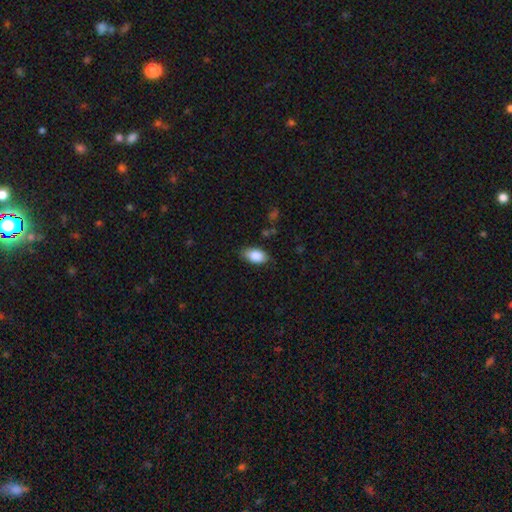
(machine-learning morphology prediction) smooth_or_featured: smooth (p=0.84) [alt: featured or disk p=0.09]
how_rounded: in between (p=0.91) [alt: round p=0.05]
merging: none (p=0.80) [alt: minor disturbance p=0.16]